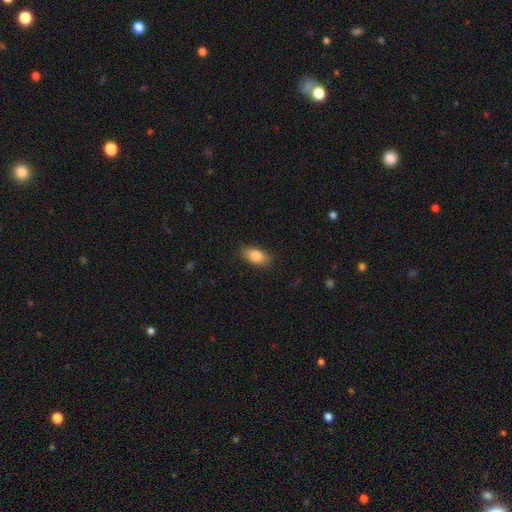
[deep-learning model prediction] smooth 85%, featured or disk 8%, star or artifact 7%. Down the decision tree: how rounded — in between (89%); merging — none (83%).